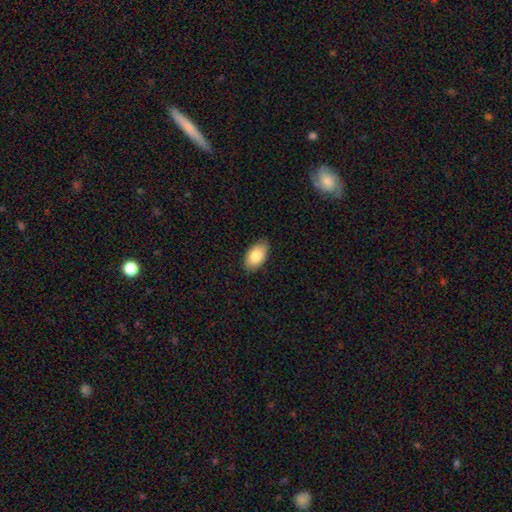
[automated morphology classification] Overall: smooth (82%). How rounded: in between (94%). Merging: none (86%).